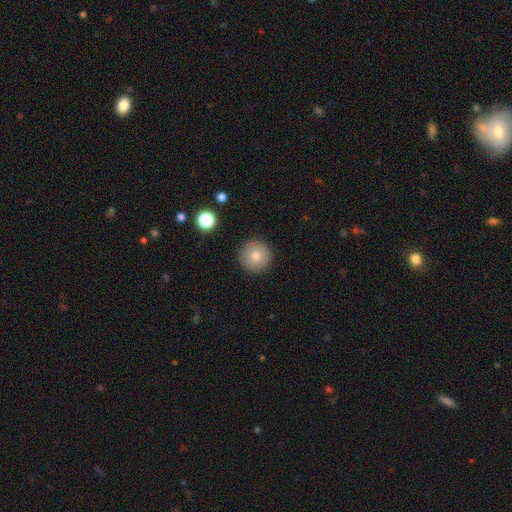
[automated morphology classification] type=smooth (78%); roundness=round (96%); merging=none (92%).